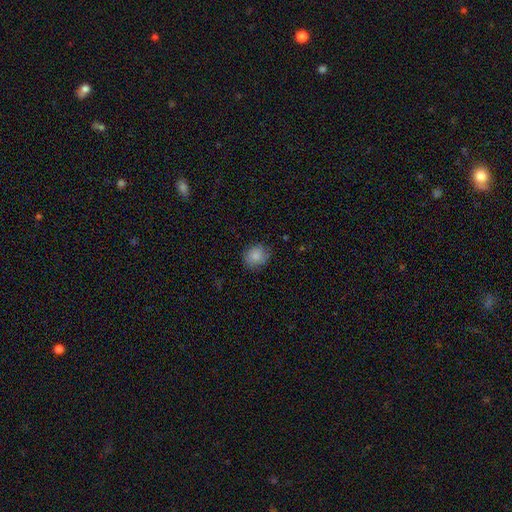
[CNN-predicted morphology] Q: Smooth or featured?
A: smooth (85%); runner-up: star or artifact (8%)
Q: How rounded?
A: round (67%); runner-up: in between (32%)
Q: Merging?
A: none (79%); runner-up: minor disturbance (17%)